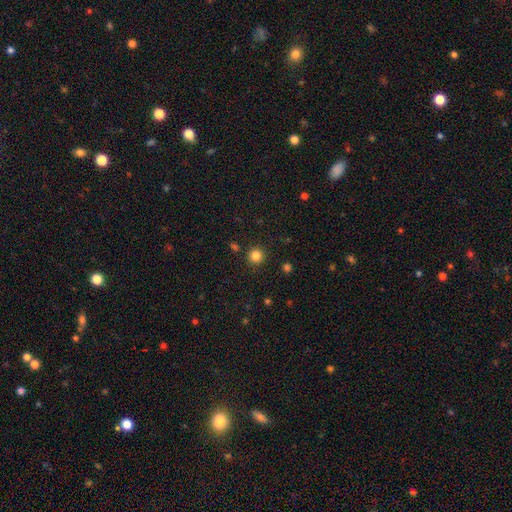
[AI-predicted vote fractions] The model was most divided on "smooth or featured": smooth: 83%, star or artifact: 13%, featured or disk: 4%. More confident: how rounded — round (95%); merging — none (91%).